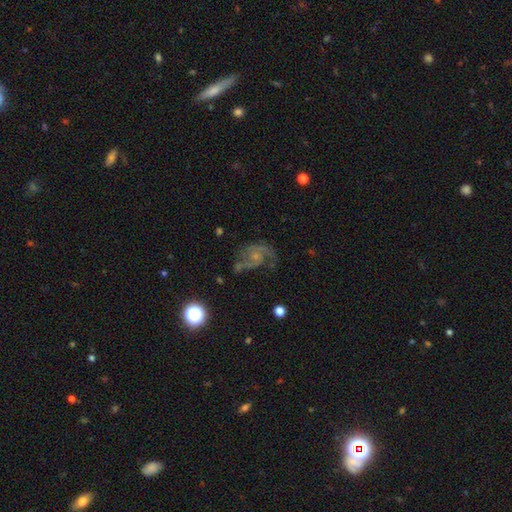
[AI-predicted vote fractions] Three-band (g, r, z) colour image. It shows a featured or disk galaxy (79%) with no bar (73%), 2 (72%) medium (48%) spiral arms (92%) and a small central bulge (65%). Merging: none (51%).